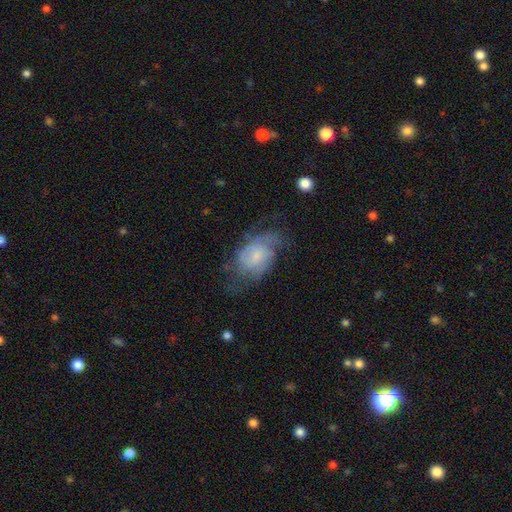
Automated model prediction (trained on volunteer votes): A featured or disk galaxy (57%) with no bar (65%), spiral arms (75%) and a small central bulge (56%).

Vote fractions:
- Smooth or featured? featured or disk: 57% / smooth: 35% / star or artifact: 8%
- Edge-on disk? no: 96% / yes: 4%
- Bar? no: 65% / weak: 31% / strong: 4%
- Spiral arms? yes: 75% / no: 25%
- Bulge size? small: 56% / moderate: 26% / none: 12% / large: 4% / dominant: 1%
- Merging? none: 42% / minor disturbance: 29% / major disturbance: 28% / merger: 2%